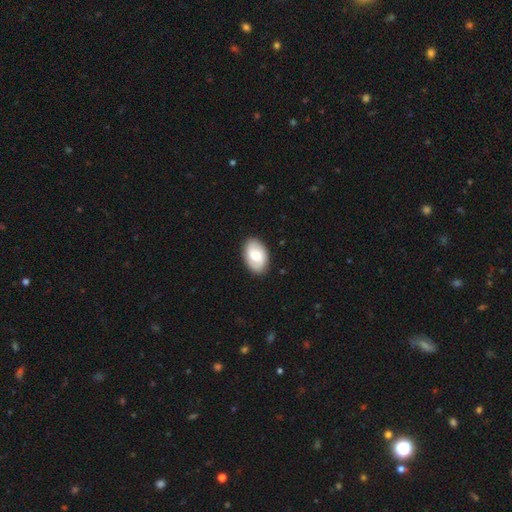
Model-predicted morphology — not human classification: Overall: smooth (58%; featured or disk 36%). How rounded: in between (90%). Merging: none (88%).